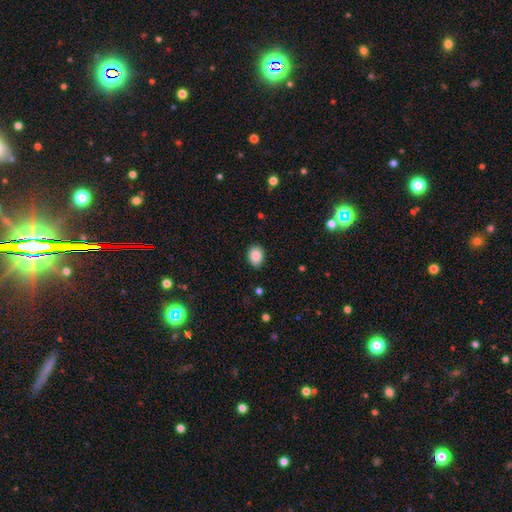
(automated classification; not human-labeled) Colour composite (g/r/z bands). It shows a smooth galaxy with no disk features (86%) that is in between round and cigar-shaped (59%). Merging: none (84%).